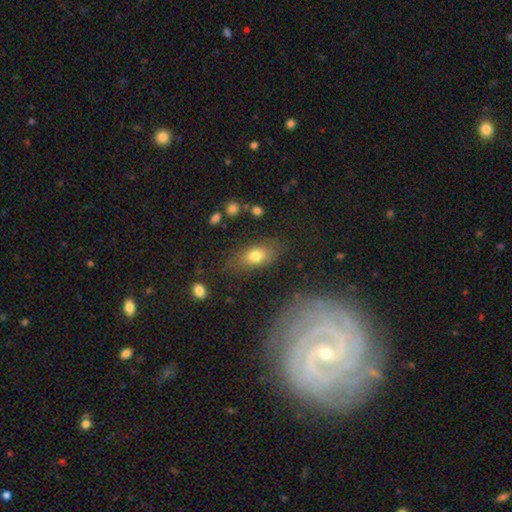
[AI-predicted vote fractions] Smooth or featured: smooth — 72% (featured or disk — 17%)
How rounded: in between — 80% (round — 11%)
Merging: none — 75% (minor disturbance — 16%)